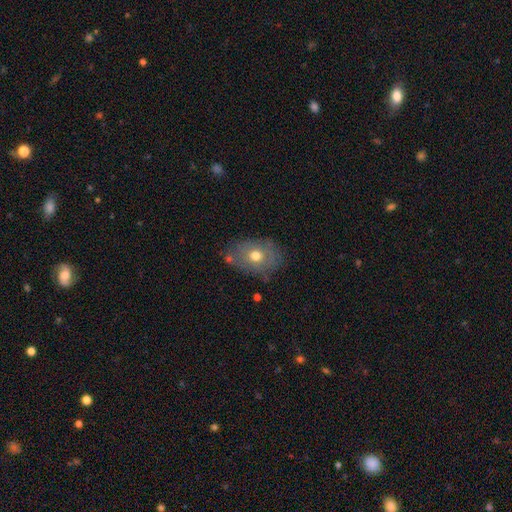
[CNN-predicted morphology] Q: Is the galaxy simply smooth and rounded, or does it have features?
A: smooth — 63%.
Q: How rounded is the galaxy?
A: in between — 71%.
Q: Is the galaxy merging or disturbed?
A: none — 70%.